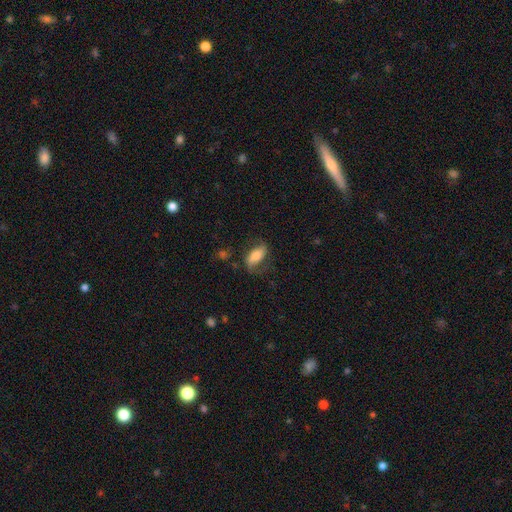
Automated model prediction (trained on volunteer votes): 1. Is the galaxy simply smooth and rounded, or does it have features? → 56% smooth, 37% featured or disk, 8% star or artifact.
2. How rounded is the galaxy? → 82% in between, 14% cigar-shaped, 5% round.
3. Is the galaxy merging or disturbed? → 60% none, 23% minor disturbance, 15% major disturbance, 2% merger.